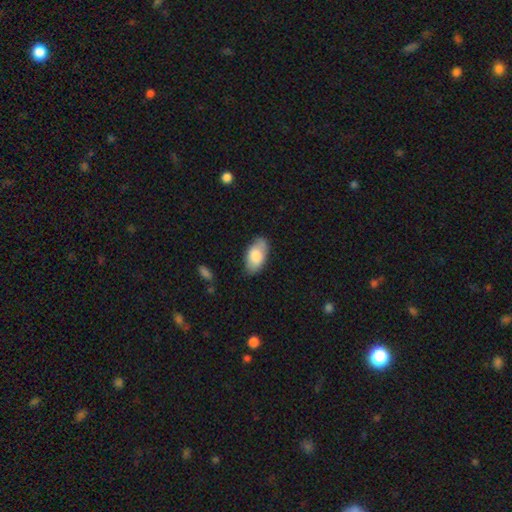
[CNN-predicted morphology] A smooth galaxy with no disk features (79%) that is in between round and cigar-shaped (94%).

Vote fractions:
- Smooth or featured? smooth: 79% / featured or disk: 15% / star or artifact: 6%
- How rounded? in between: 94% / round: 3% / cigar-shaped: 2%
- Merging? none: 75% / minor disturbance: 20% / major disturbance: 4% / merger: 2%